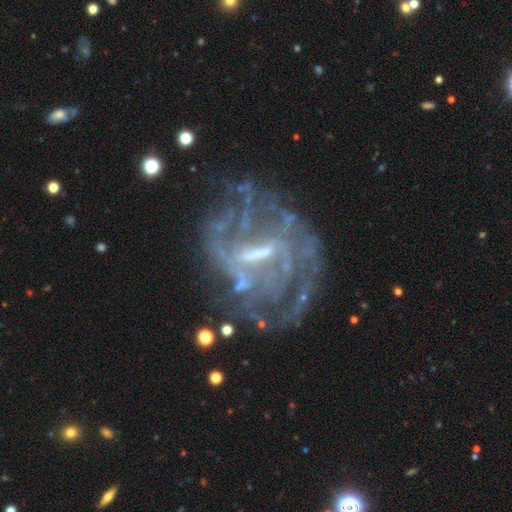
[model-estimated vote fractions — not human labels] This appears to be a featured or disk galaxy (82%) with a weak bar (45%), tight (39%) spiral arms (70%) and a small central bulge (41%). Merging: none (53%).